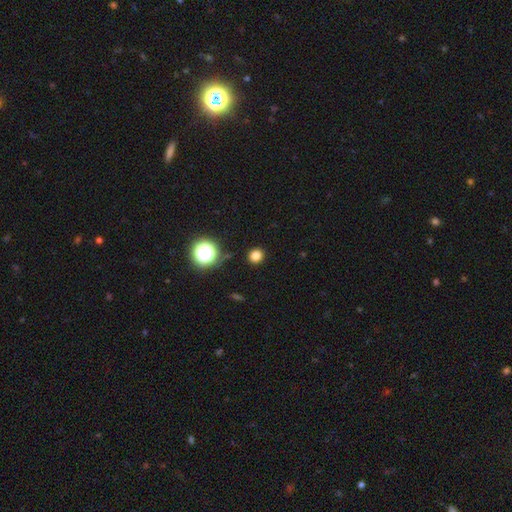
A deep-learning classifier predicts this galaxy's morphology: A smooth galaxy with no disk features (79%) that is round (87%). Merging: none (90%).